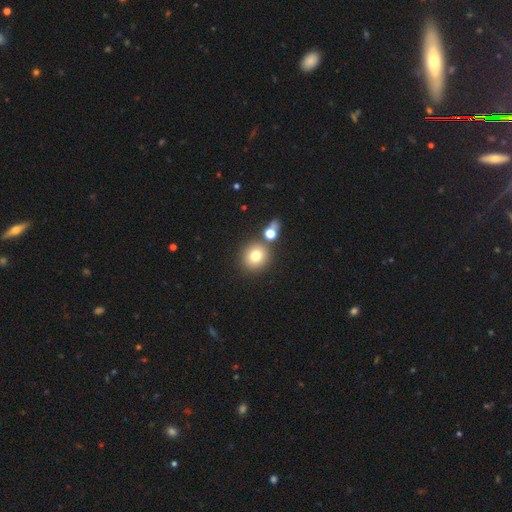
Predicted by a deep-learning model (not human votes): smooth_or_featured: smooth (p=0.77) [alt: star or artifact p=0.12]
how_rounded: round (p=0.86) [alt: in between p=0.13]
merging: none (p=0.74) [alt: merger p=0.15]